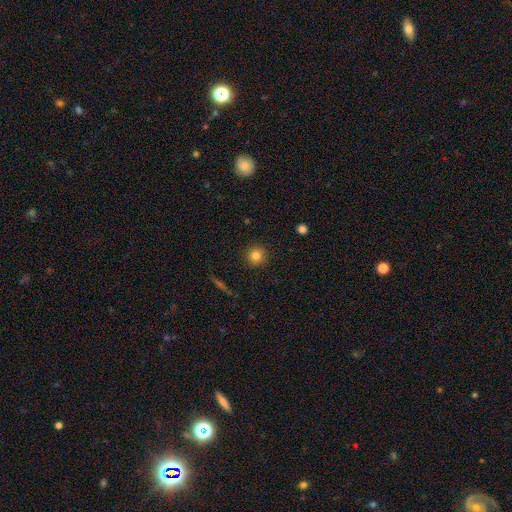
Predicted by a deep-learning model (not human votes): smooth-or-featured: smooth: 82% | star or artifact: 11% | featured or disk: 7%
  how-rounded: round: 94% | in between: 5% | cigar-shaped: 1%
  merging: none: 91% | minor disturbance: 6% | major disturbance: 2% | merger: 1%